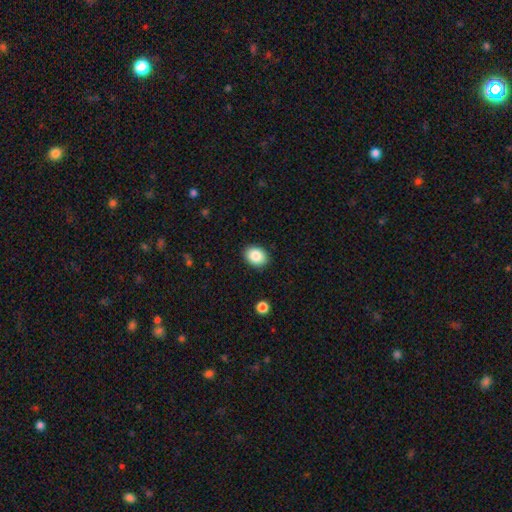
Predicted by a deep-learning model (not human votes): smooth 87%, star or artifact 8%, featured or disk 5%. Down the decision tree: how rounded — in between (62%); merging — none (90%).